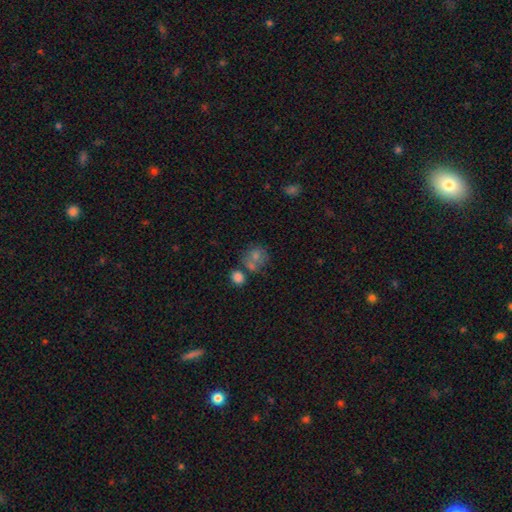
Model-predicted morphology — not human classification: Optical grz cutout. It shows a smooth galaxy with no disk features (70%) that is round (76%). Merging: none (46%).